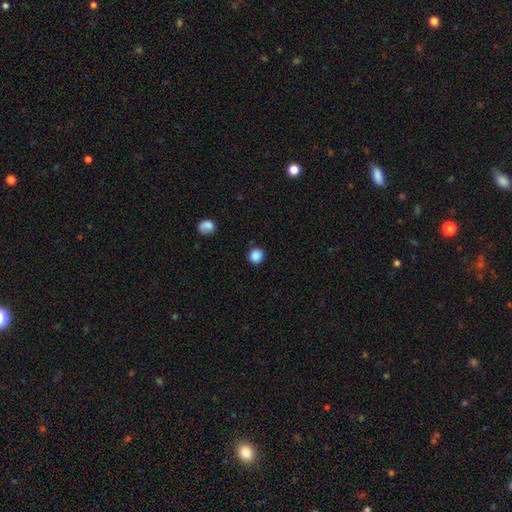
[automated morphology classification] Smooth or featured: smooth — 87% (star or artifact — 10%)
How rounded: round — 92% (in between — 7%)
Merging: none — 90% (minor disturbance — 7%)